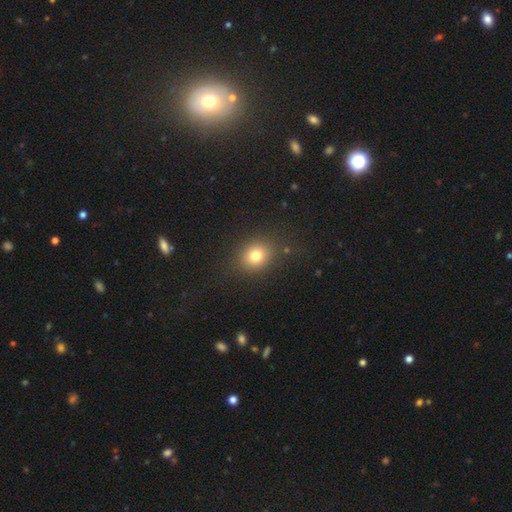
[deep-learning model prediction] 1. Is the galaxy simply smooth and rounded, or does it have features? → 78% smooth, 14% star or artifact, 8% featured or disk.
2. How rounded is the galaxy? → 62% round, 37% in between, 1% cigar-shaped.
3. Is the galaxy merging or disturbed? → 84% none, 10% minor disturbance, 4% major disturbance, 2% merger.